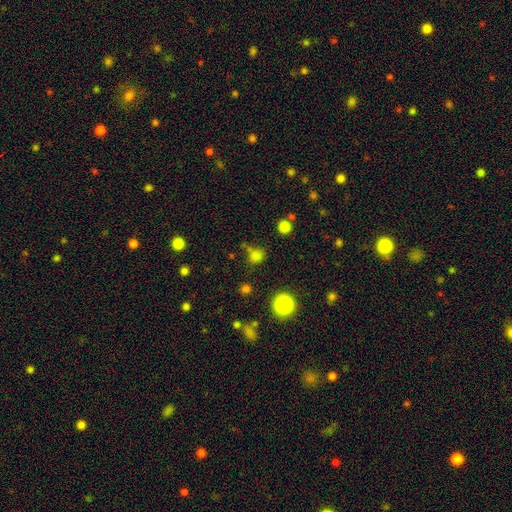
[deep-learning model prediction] Q: Smooth or featured?
A: smooth (70%); runner-up: star or artifact (25%)
Q: How rounded?
A: round (77%); runner-up: in between (22%)
Q: Merging?
A: none (63%); runner-up: minor disturbance (17%)